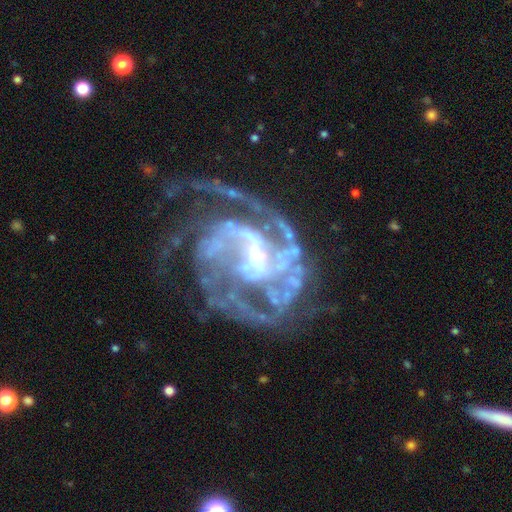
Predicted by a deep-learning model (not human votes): Overall: featured or disk (91%). Edge-on disk: no (98%). Bar: weak (42%; strong 40%). Spiral arms: yes (96%). Spiral arm count: 2 (53%; 3 16%). Spiral winding: medium (54%; loose 24%). Bulge size: small (58%; moderate 31%). Merging: none (42%; major disturbance 36%).